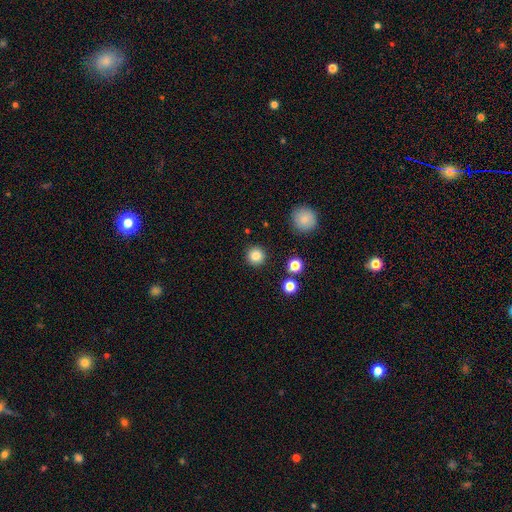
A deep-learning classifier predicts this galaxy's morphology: Overall: smooth (85%). How rounded: round (95%). Merging: none (90%).